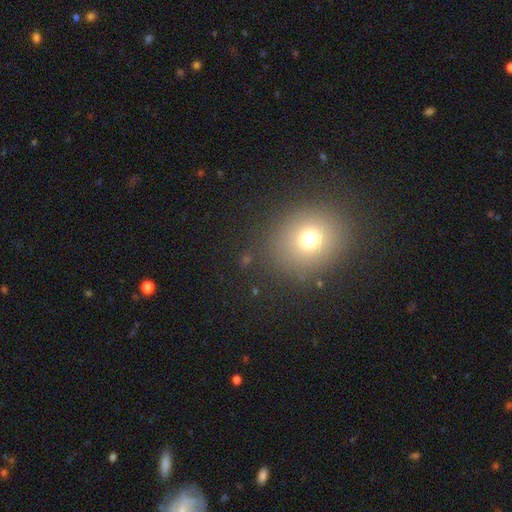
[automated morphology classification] smooth_or_featured: smooth (p=0.69) [alt: star or artifact p=0.22]
how_rounded: round (p=0.77) [alt: in between p=0.22]
merging: none (p=0.89) [alt: minor disturbance p=0.07]